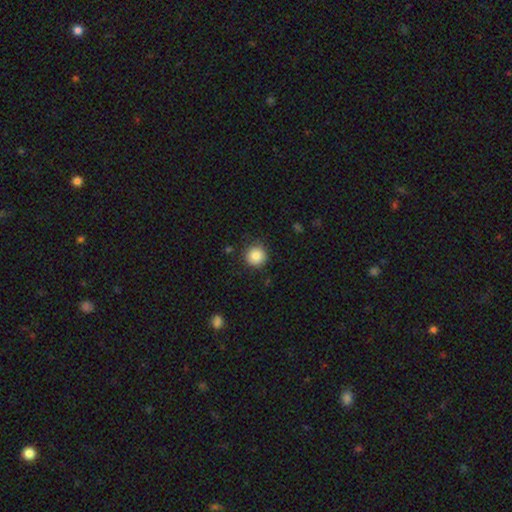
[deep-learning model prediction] This is clearly a smooth galaxy (86%). How rounded: clearly round (95%). Merging: clearly none (88%).